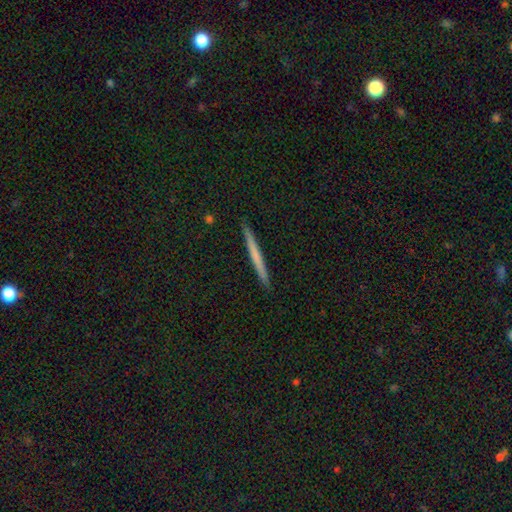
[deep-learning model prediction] This appears to be a smooth galaxy with no disk features (56%) that is cigar-shaped (97%). Merging: none (93%).